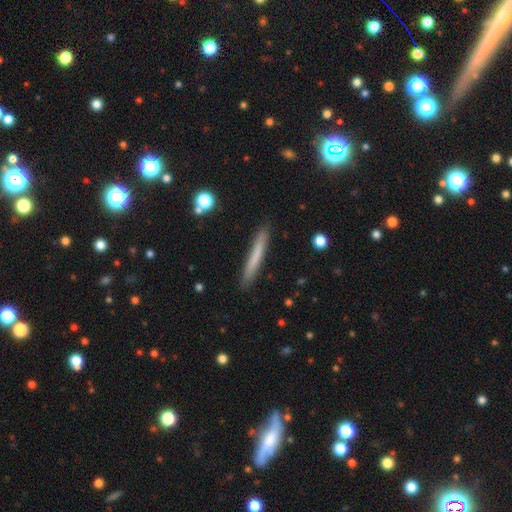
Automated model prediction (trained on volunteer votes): Smooth or featured?
  - smooth: 68% *
  - featured or disk: 26%
  - star or artifact: 6%
How rounded?
  - cigar-shaped: 96% *
  - in between: 3%
  - round: 1%
Merging?
  - none: 88% *
  - minor disturbance: 9%
  - major disturbance: 2%
  - merger: 1%